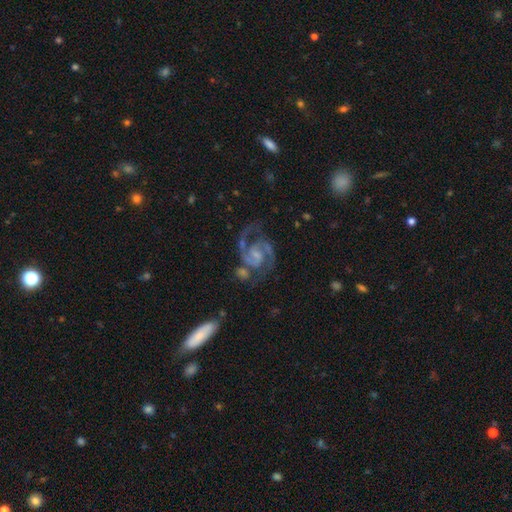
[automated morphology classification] Smooth or featured: featured or disk — 92% (star or artifact — 5%)
Edge-on disk: no — 98% (yes — 2%)
Bar: weak — 44% (no — 43%)
Spiral arms: yes — 98% (no — 2%)
Spiral winding: medium — 62% (tight — 26%)
Spiral arm count: 2 — 91% (3 — 3%)
Bulge size: small — 47% (none — 25%)
Merging: none — 63% (minor disturbance — 17%)